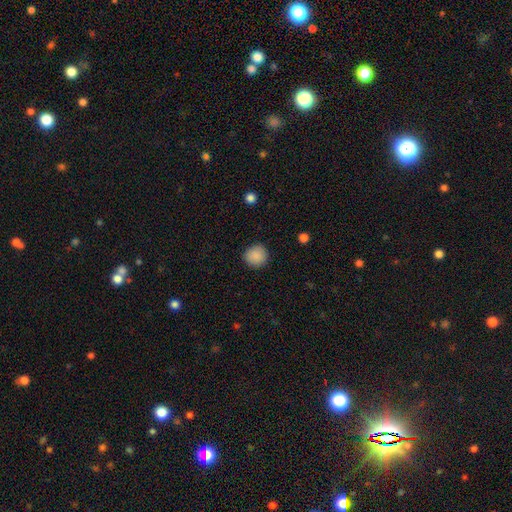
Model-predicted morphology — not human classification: Smooth or featured? Predicted: smooth (p=0.88). How rounded? Predicted: round (p=0.91). Merging? Predicted: none (p=0.90).